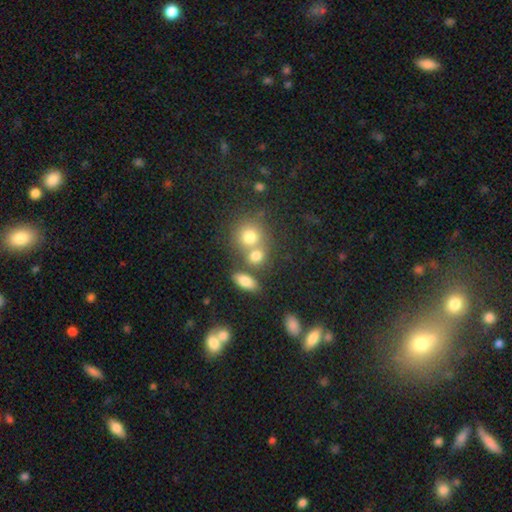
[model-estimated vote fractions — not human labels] smooth 75%, star or artifact 13%, featured or disk 12%. Down the decision tree: how rounded — round (70%); merging — none (44%).